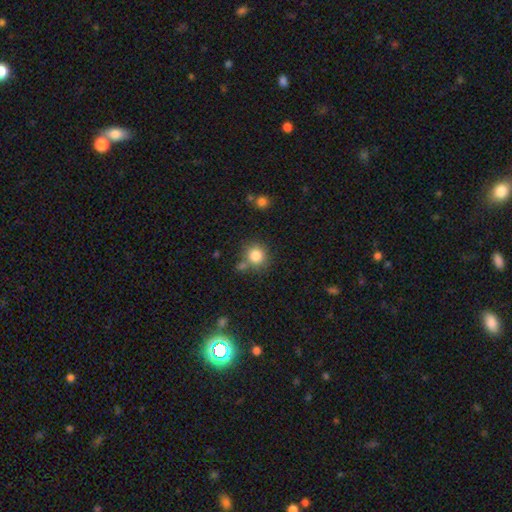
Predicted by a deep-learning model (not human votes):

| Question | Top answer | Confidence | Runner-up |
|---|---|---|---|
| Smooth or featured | smooth | 83% | star or artifact (11%) |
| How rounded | round | 85% | in between (14%) |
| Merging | none | 67% | minor disturbance (14%) |